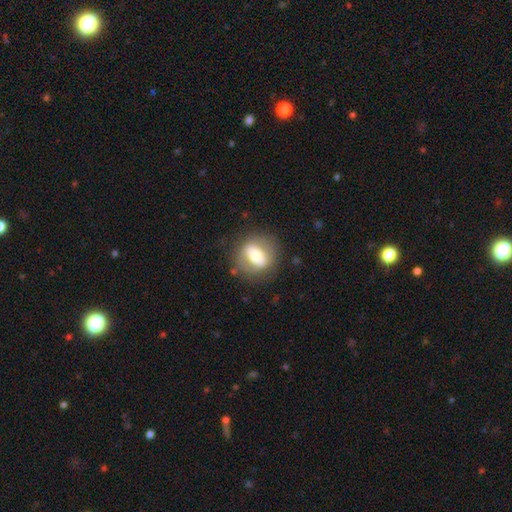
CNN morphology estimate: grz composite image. It shows a smooth galaxy with no disk features (51%) that is round (58%). Merging: none (76%).